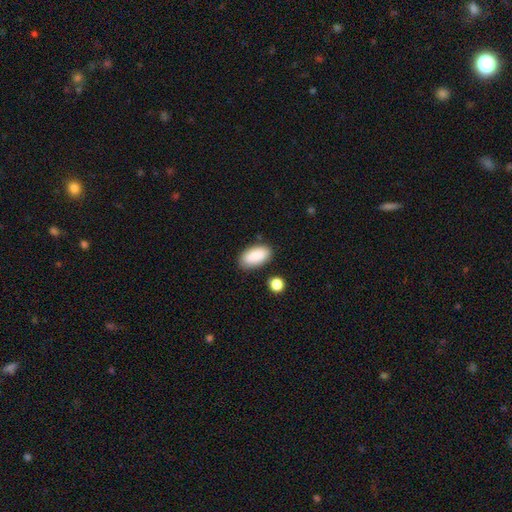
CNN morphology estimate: This is clearly a smooth galaxy (87%). How rounded: clearly in between (94%). Merging: clearly none (80%).